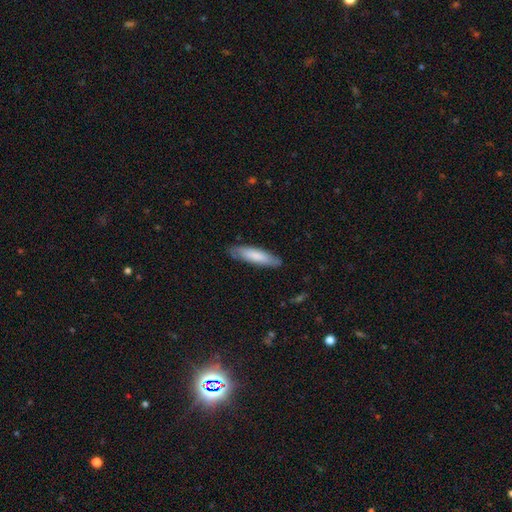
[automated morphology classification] type=smooth (76%); roundness=cigar-shaped (68%); merging=none (84%).